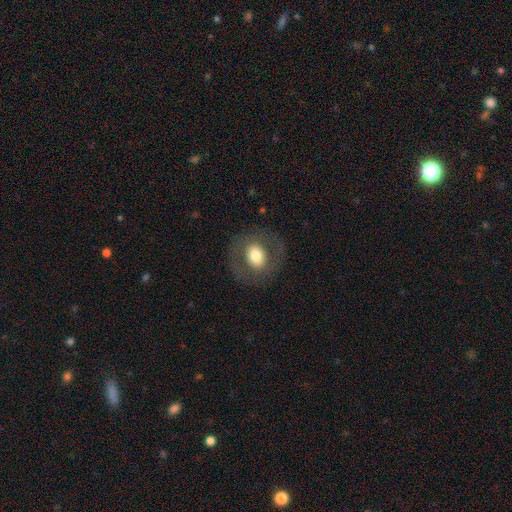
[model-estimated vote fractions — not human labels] smooth-or-featured: smooth: 58% | featured or disk: 34% | star or artifact: 8%
  how-rounded: round: 63% | in between: 36% | cigar-shaped: 1%
  merging: none: 80% | minor disturbance: 10% | major disturbance: 8% | merger: 1%